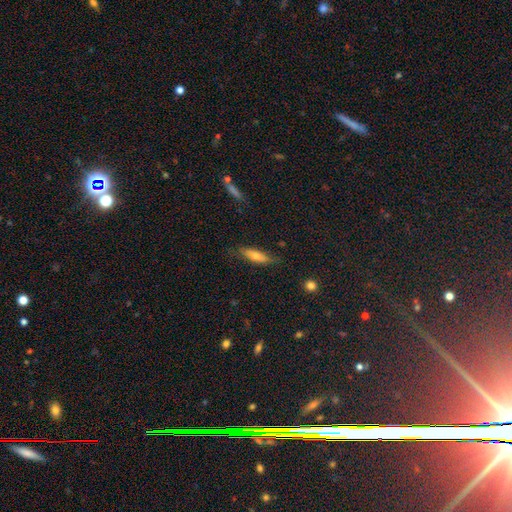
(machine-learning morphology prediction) Smooth or featured? smooth (63%)
How rounded? cigar-shaped (63%)
Merging? none (77%)